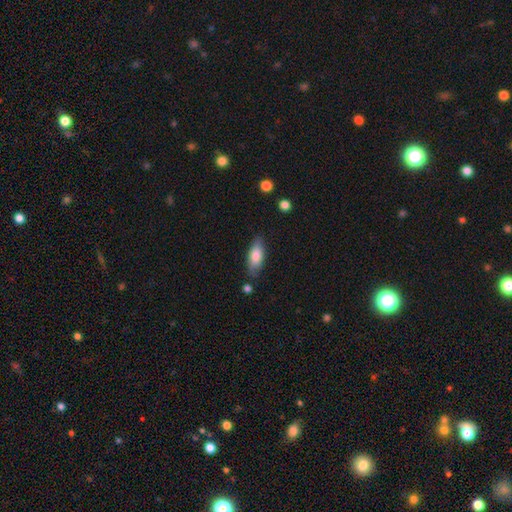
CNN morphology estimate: smooth-or-featured: smooth: 78% | featured or disk: 15% | star or artifact: 6%
  how-rounded: in between: 73% | cigar-shaped: 25% | round: 2%
  merging: none: 78% | minor disturbance: 15% | major disturbance: 3% | merger: 3%